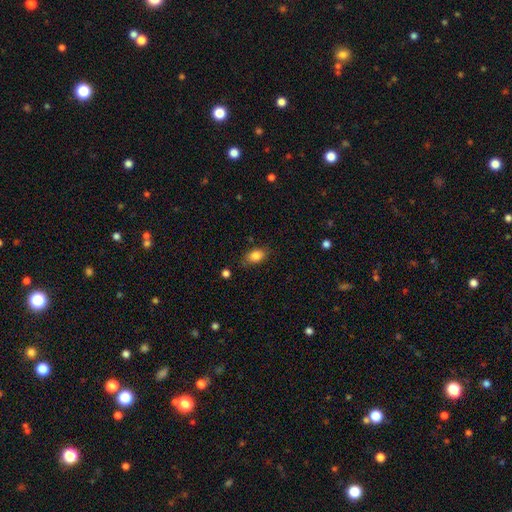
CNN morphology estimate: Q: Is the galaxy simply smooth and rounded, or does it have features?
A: smooth — 84%.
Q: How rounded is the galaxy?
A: in between — 83%.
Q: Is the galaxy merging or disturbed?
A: none — 76%.